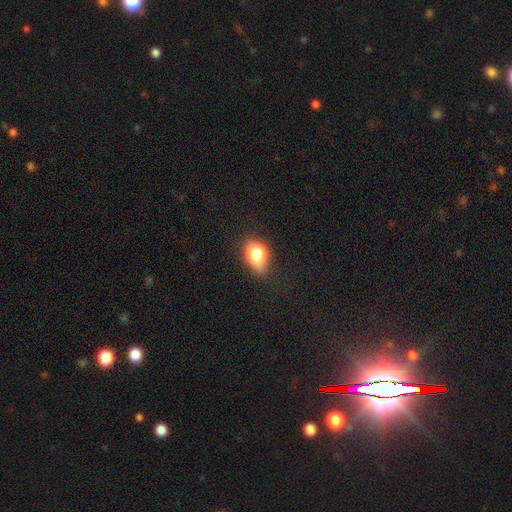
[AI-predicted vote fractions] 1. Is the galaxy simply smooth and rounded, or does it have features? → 77% smooth, 12% star or artifact, 11% featured or disk.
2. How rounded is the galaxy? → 69% in between, 29% round, 2% cigar-shaped.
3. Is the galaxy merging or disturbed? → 58% none, 28% minor disturbance, 10% major disturbance, 4% merger.